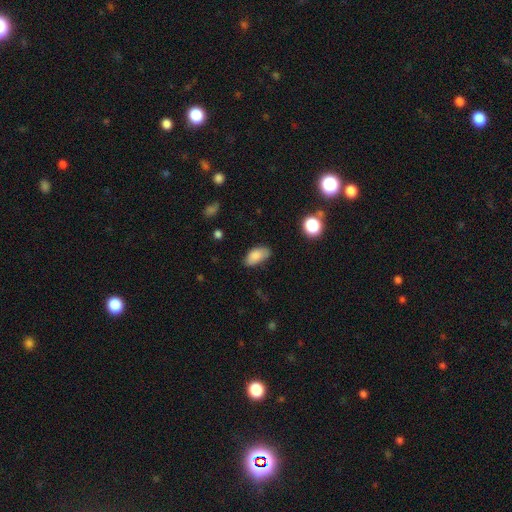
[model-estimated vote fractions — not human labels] smooth 84%, star or artifact 8%, featured or disk 8%. Down the decision tree: how rounded — in between (93%); merging — none (71%).